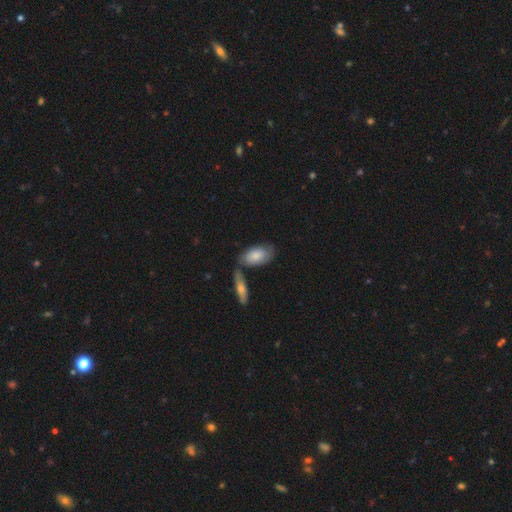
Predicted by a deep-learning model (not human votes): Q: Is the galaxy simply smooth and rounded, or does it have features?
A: smooth — 79%.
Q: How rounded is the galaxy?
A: in between — 92%.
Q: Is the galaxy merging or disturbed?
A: none — 57%.